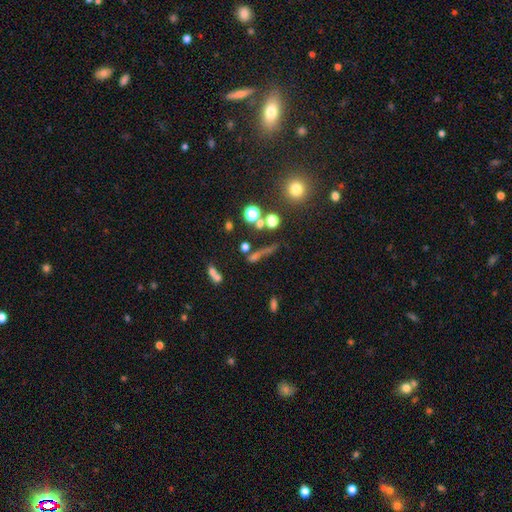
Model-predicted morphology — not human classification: type=star or artifact (37%).